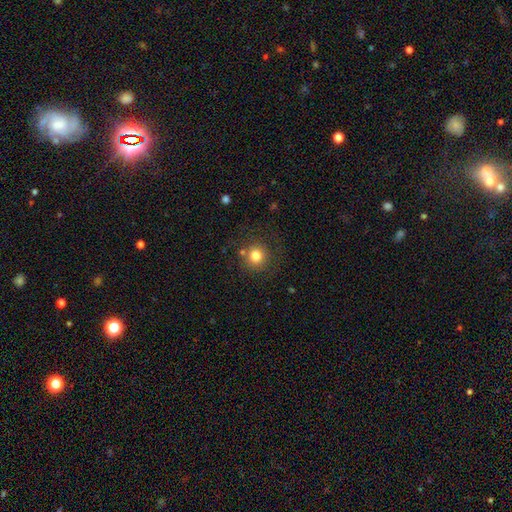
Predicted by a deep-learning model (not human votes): Smooth or featured? Predicted: smooth (p=0.80). How rounded? Predicted: round (p=0.93). Merging? Predicted: none (p=0.80).